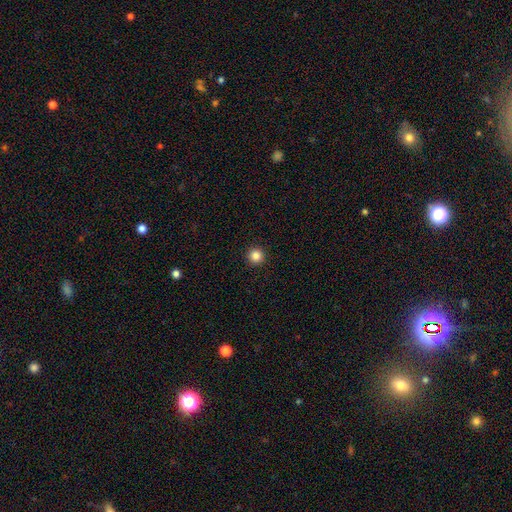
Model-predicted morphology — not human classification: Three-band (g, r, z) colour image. It shows a smooth galaxy with no disk features (85%) that is round (96%). Merging: none (94%).